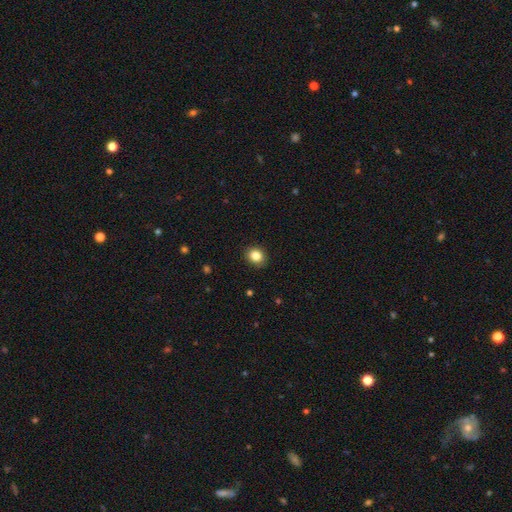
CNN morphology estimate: Smooth or featured? smooth (85%)
How rounded? round (67%)
Merging? none (90%)